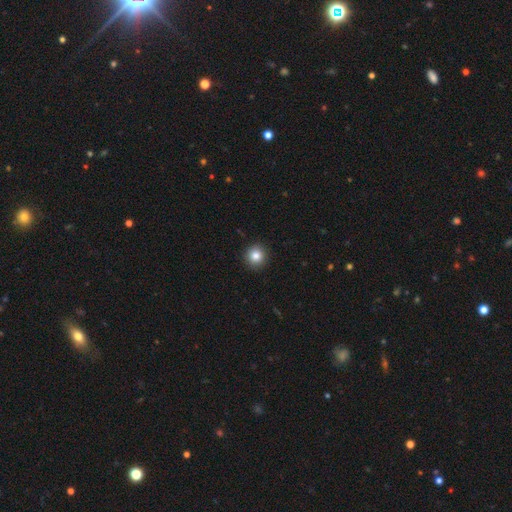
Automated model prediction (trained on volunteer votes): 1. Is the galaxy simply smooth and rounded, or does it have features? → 84% smooth, 10% star or artifact, 6% featured or disk.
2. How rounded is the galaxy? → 94% round, 5% in between, 1% cigar-shaped.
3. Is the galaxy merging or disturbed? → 92% none, 5% minor disturbance, 2% major disturbance, 1% merger.